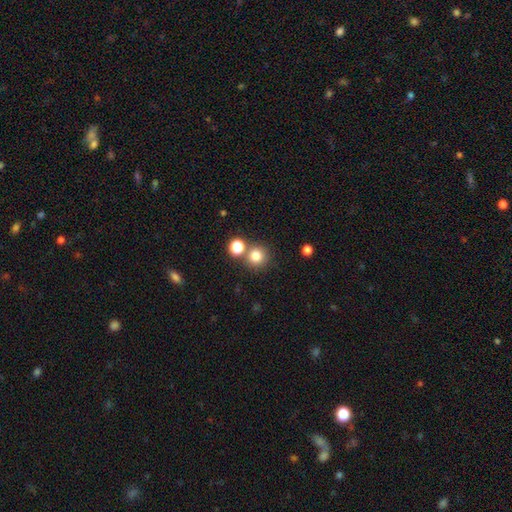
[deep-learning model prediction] smooth 80%, star or artifact 14%, featured or disk 7%. Down the decision tree: how rounded — round (92%); merging — none (71%).